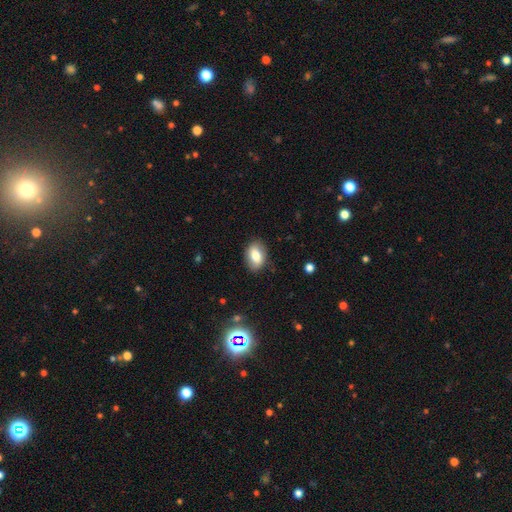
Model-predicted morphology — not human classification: Smooth or featured? smooth (75%)
How rounded? in between (85%)
Merging? none (84%)